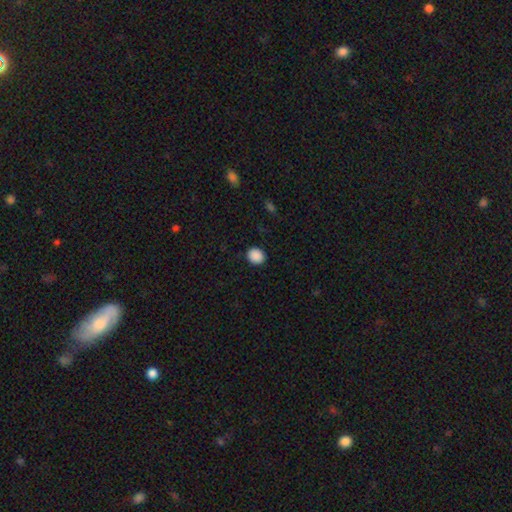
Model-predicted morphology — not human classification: Smooth or featured?
  - smooth: 90% *
  - star or artifact: 8%
  - featured or disk: 2%
How rounded?
  - round: 70% *
  - in between: 30%
  - cigar-shaped: 1%
Merging?
  - none: 90% *
  - minor disturbance: 7%
  - major disturbance: 2%
  - merger: 1%